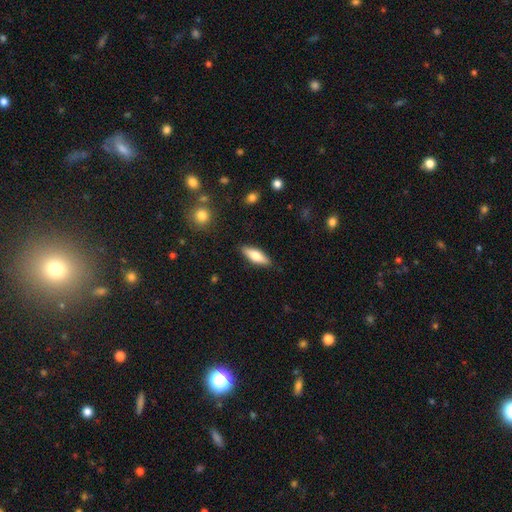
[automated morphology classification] This appears to be a smooth galaxy with no disk features (60%) that is in between round and cigar-shaped (52%). Merging: none (88%).